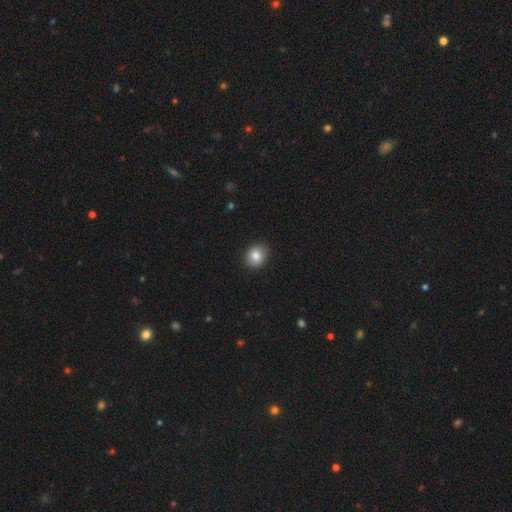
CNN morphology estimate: Smooth or featured? Predicted: smooth (p=0.84). How rounded? Predicted: round (p=0.71). Merging? Predicted: none (p=0.88).